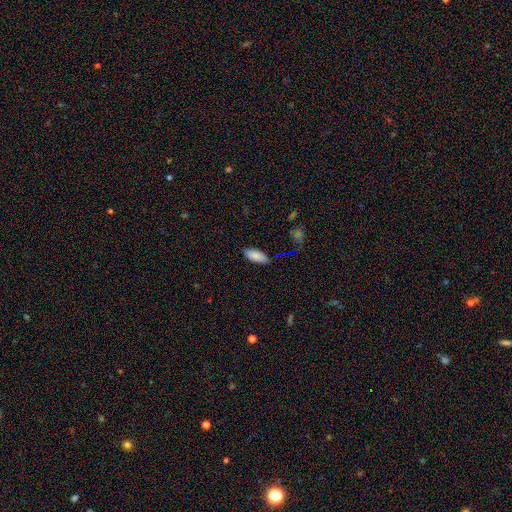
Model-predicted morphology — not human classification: smooth_or_featured: smooth (p=0.86) [alt: star or artifact p=0.07]
how_rounded: in between (p=0.83) [alt: cigar-shaped p=0.15]
merging: none (p=0.83) [alt: minor disturbance p=0.13]